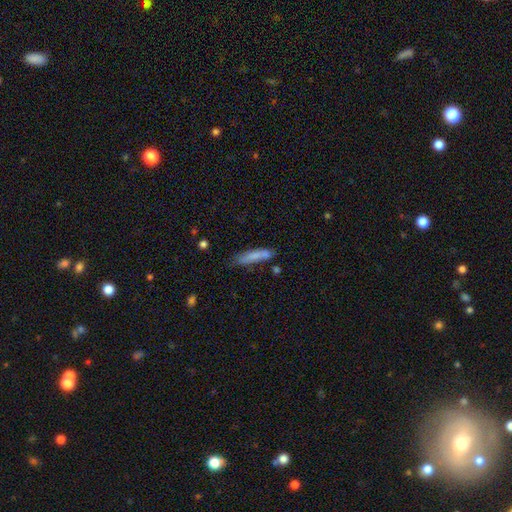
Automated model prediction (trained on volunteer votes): A smooth galaxy with no disk features (75%) that is cigar-shaped (82%). Merging: none (62%).